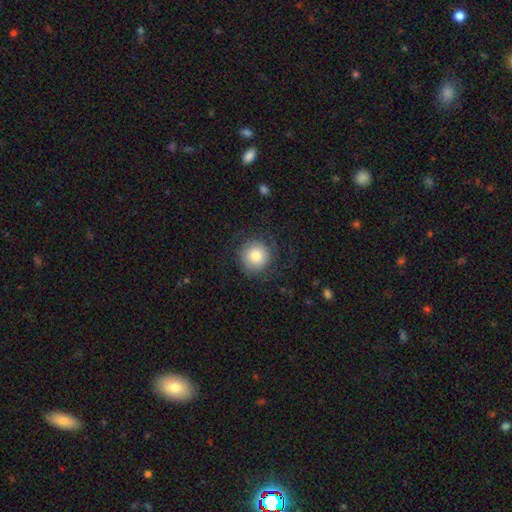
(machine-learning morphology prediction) Overall: smooth (70%). How rounded: round (94%). Merging: none (76%).